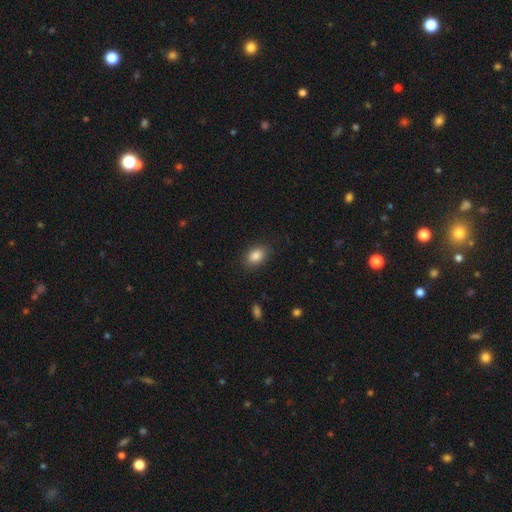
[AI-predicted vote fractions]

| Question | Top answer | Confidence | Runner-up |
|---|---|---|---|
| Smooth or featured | smooth | 86% | star or artifact (8%) |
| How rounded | in between | 78% | round (20%) |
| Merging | none | 86% | minor disturbance (10%) |